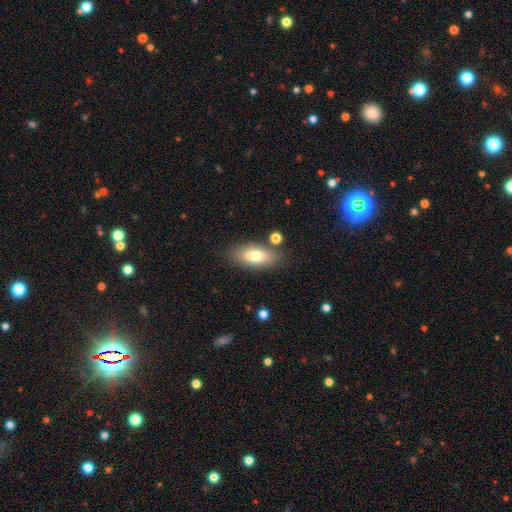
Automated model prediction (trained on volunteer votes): A smooth galaxy with no disk features (70%) that is in between round and cigar-shaped (86%).

Vote fractions:
- Smooth or featured? smooth: 70% / featured or disk: 22% / star or artifact: 8%
- How rounded? in between: 86% / cigar-shaped: 9% / round: 5%
- Merging? none: 72% / minor disturbance: 13% / merger: 11% / major disturbance: 4%